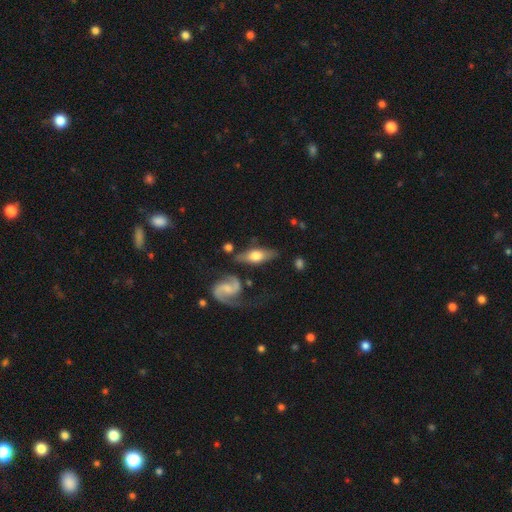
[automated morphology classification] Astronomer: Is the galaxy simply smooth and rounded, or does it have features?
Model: featured or disk — 55% (runner-up: smooth, 39%).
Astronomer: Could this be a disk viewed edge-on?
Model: yes — 56% (runner-up: no, 44%).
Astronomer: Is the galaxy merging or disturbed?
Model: none — 66%.